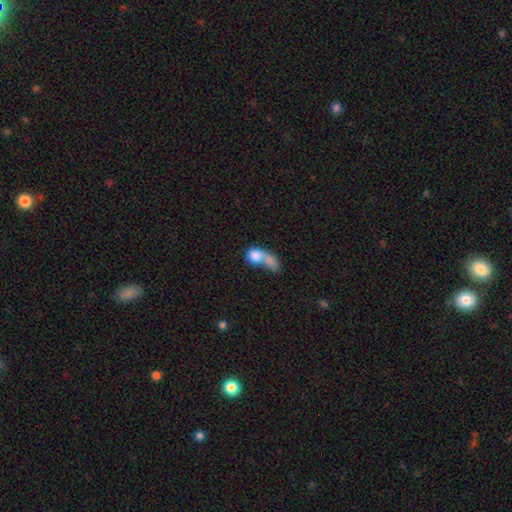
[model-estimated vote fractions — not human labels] Smooth or featured? smooth (73%)
How rounded? in between (53%)
Merging? merger (66%)